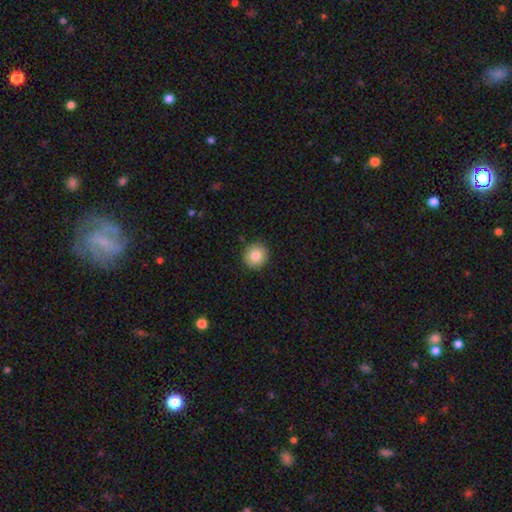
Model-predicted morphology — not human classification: smooth-or-featured: smooth: 83% | star or artifact: 9% | featured or disk: 8%
  how-rounded: round: 91% | in between: 9% | cigar-shaped: 1%
  merging: none: 91% | minor disturbance: 6% | major disturbance: 2% | merger: 1%